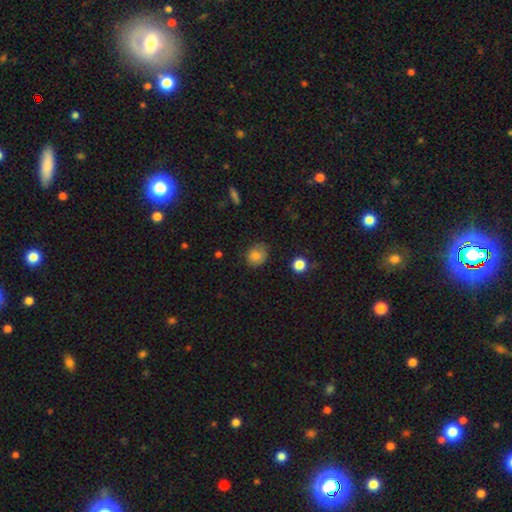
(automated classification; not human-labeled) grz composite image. It shows a smooth galaxy with no disk features (82%) that is round (64%). Merging: none (72%).